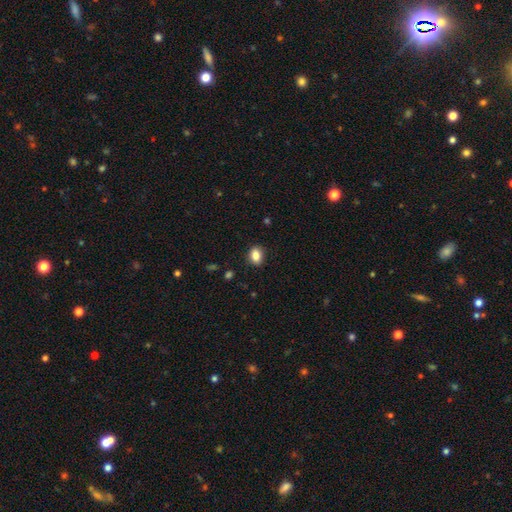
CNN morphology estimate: This appears to be a smooth galaxy with no disk features (85%) that is in between round and cigar-shaped (69%). Merging: none (87%).